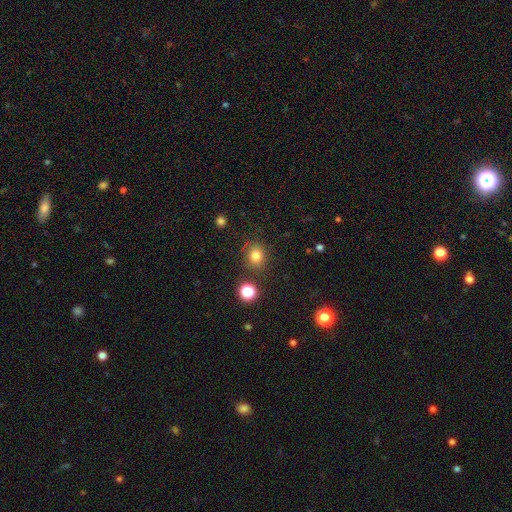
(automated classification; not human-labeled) smooth 80%, star or artifact 14%, featured or disk 6%. Down the decision tree: how rounded — round (75%); merging — none (82%).